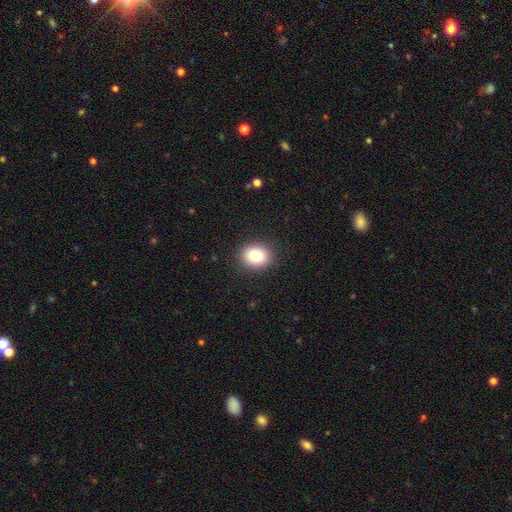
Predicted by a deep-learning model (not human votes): A smooth galaxy with no disk features (83%) that is round (59%).

Vote fractions:
- Smooth or featured? smooth: 83% / star or artifact: 10% / featured or disk: 7%
- How rounded? round: 59% / in between: 40% / cigar-shaped: 1%
- Merging? none: 89% / minor disturbance: 7% / major disturbance: 2% / merger: 1%